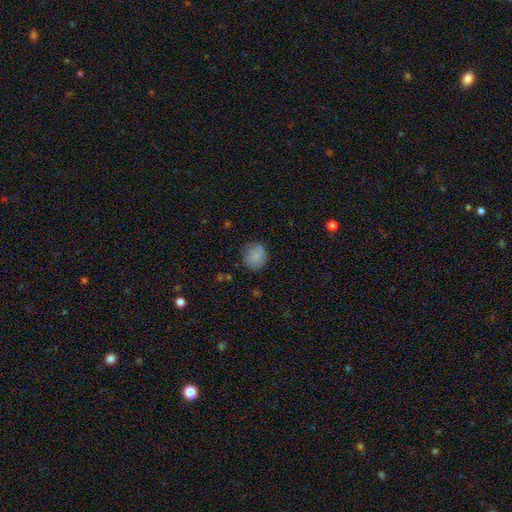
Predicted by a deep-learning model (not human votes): Q: Smooth or featured?
A: smooth (84%); runner-up: star or artifact (9%)
Q: How rounded?
A: round (79%); runner-up: in between (20%)
Q: Merging?
A: none (76%); runner-up: minor disturbance (18%)